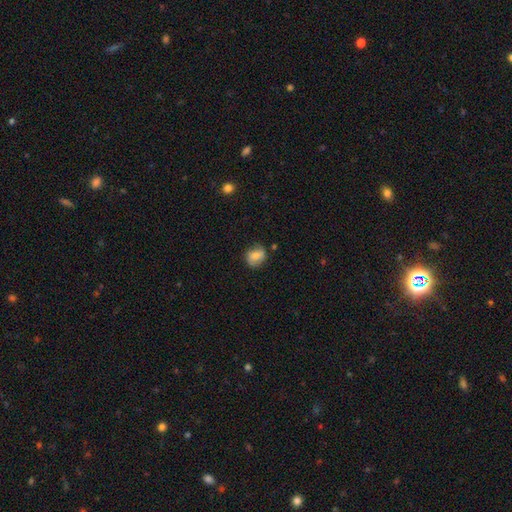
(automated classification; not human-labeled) A smooth galaxy with no disk features (71%) that is round (63%). Merging: none (69%).